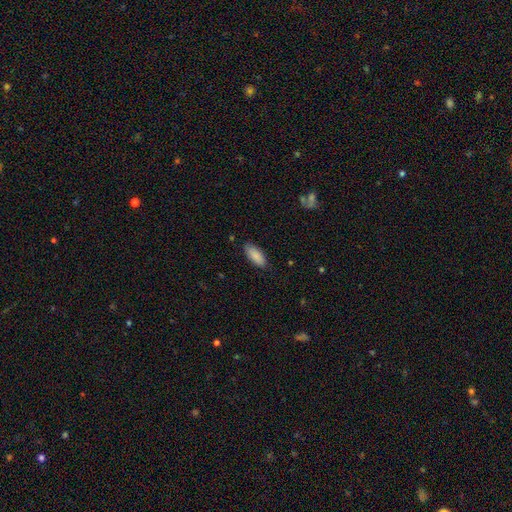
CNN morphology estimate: smooth-or-featured: smooth: 88% | featured or disk: 6% | star or artifact: 6%
  how-rounded: in between: 82% | cigar-shaped: 17% | round: 2%
  merging: none: 84% | minor disturbance: 13% | major disturbance: 2% | merger: 1%